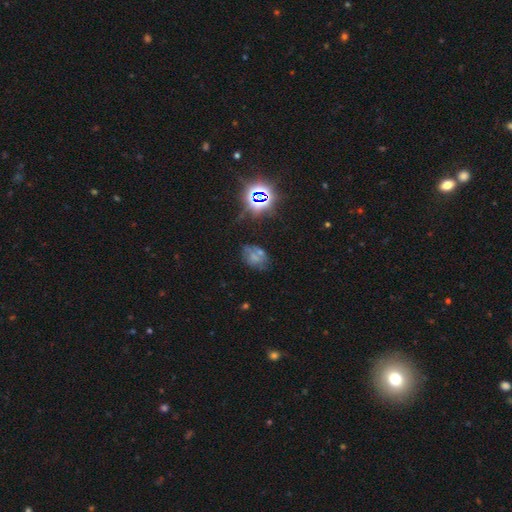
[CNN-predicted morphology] Q: Smooth or featured?
A: smooth (40%); runner-up: featured or disk (32%)
Q: Merging?
A: none (44%); runner-up: minor disturbance (23%)